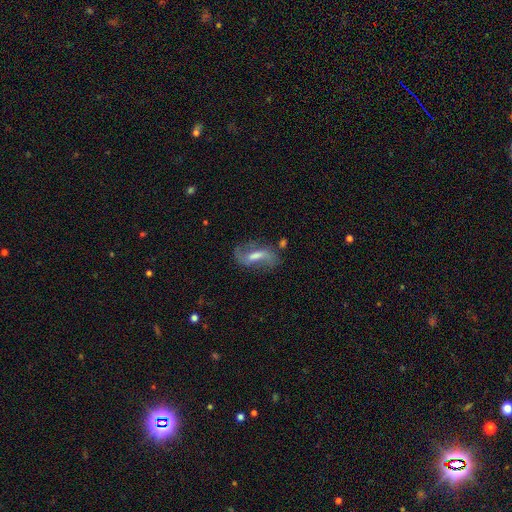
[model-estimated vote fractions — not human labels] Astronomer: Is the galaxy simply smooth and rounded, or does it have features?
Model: featured or disk — 71%.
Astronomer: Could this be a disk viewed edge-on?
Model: no — 92%.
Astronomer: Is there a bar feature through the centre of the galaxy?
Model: weak — 43% (runner-up: strong, 40%).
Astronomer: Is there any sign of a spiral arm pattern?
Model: yes — 86%.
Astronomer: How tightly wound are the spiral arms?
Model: loose — 70%.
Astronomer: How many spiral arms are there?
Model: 2 — 87%.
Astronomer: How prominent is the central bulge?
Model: moderate — 41% (runner-up: small, 24%).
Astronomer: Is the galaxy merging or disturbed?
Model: none — 57%.